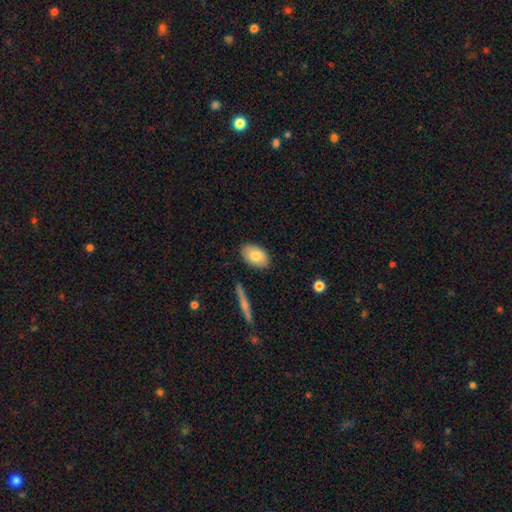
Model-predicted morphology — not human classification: Q: Smooth or featured?
A: smooth (79%); runner-up: featured or disk (15%)
Q: How rounded?
A: in between (91%); runner-up: round (7%)
Q: Merging?
A: none (85%); runner-up: minor disturbance (10%)